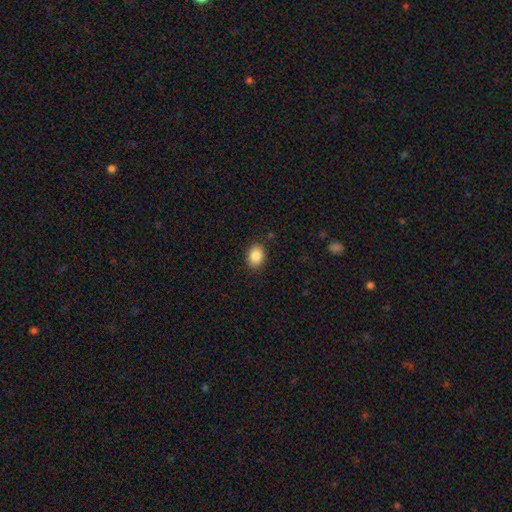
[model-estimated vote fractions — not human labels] Smooth or featured?
  - smooth: 86% *
  - star or artifact: 9%
  - featured or disk: 5%
How rounded?
  - in between: 63% *
  - round: 36%
  - cigar-shaped: 1%
Merging?
  - none: 87% *
  - minor disturbance: 9%
  - major disturbance: 2%
  - merger: 1%